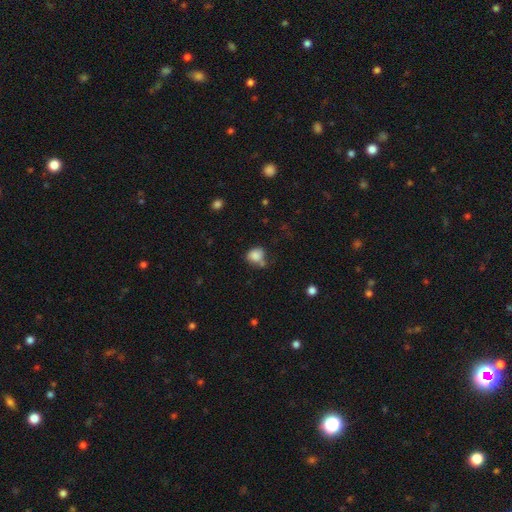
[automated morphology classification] Smooth or featured? Predicted: smooth (p=0.84). How rounded? Predicted: round (p=0.66). Merging? Predicted: none (p=0.55).